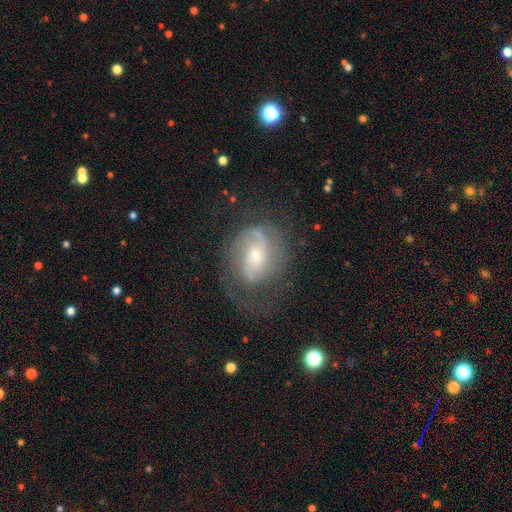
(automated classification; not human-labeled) smooth-or-featured: featured or disk: 78% | smooth: 15% | star or artifact: 7%
  disk-edge-on: no: 97% | yes: 3%
    bar: no: 49% | weak: 39% | strong: 12%
    has-spiral-arms: yes: 91% | no: 9%
      spiral-winding: medium: 45% | tight: 33% | loose: 22%
      spiral-arm-count: 2: 60% | can't tell: 18% | 1: 12% | 3: 6% | 4: 2% | more than 4: 2%
    bulge-size: small: 52% | moderate: 41% | large: 4% | none: 2% | dominant: 1%
  merging: none: 57% | major disturbance: 21% | minor disturbance: 20% | merger: 2%